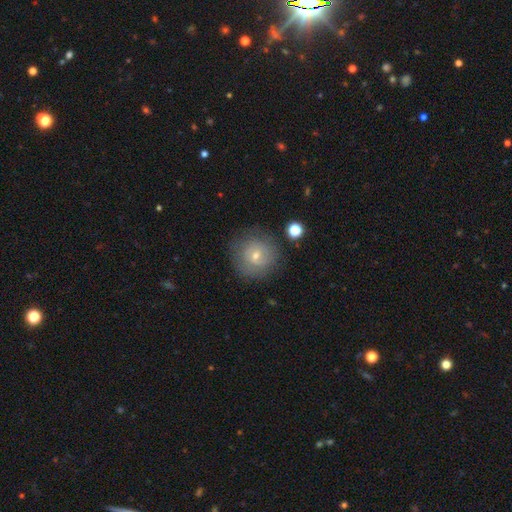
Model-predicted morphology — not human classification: Smooth or featured? smooth (50%)
How rounded? round (93%)
Merging? none (81%)